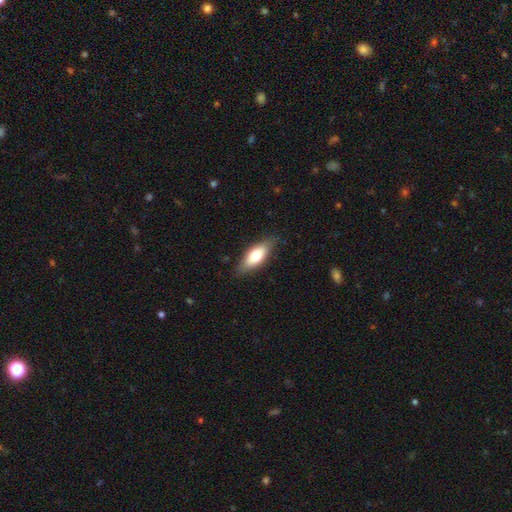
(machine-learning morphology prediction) A smooth galaxy with no disk features (69%) that is in between round and cigar-shaped (75%). Merging: none (82%).